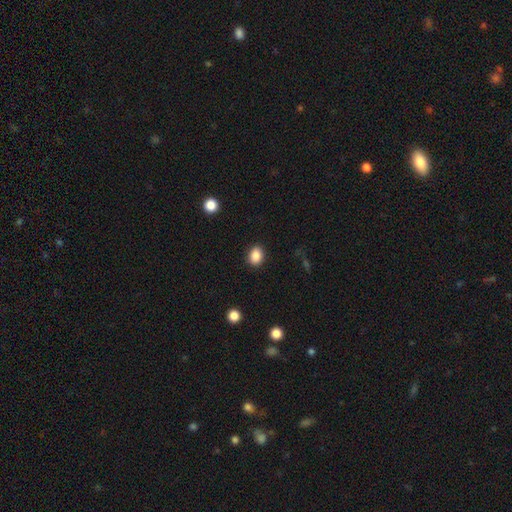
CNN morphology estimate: smooth 88%, star or artifact 9%, featured or disk 3%. Down the decision tree: how rounded — in between (64%); merging — none (89%).